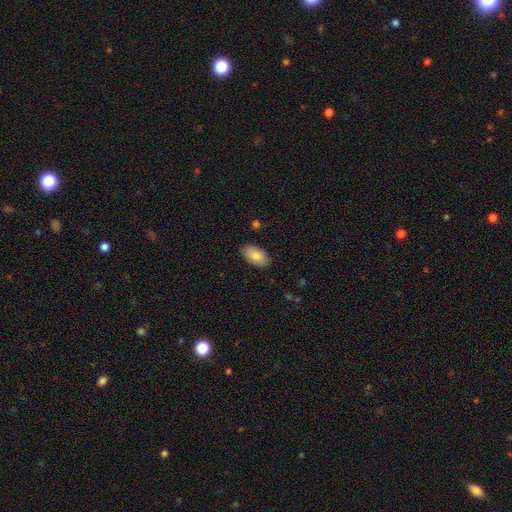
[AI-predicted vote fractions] Smooth or featured: smooth — 81% (featured or disk — 13%)
How rounded: in between — 94% (round — 4%)
Merging: none — 86% (minor disturbance — 10%)